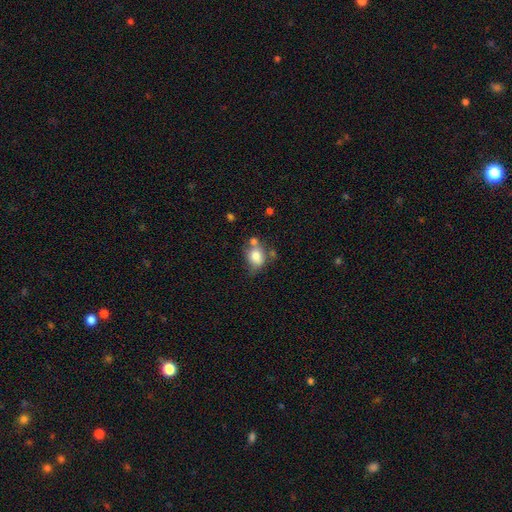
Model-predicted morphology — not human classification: The model was most divided on "how rounded": in between: 55%, round: 44%, cigar-shaped: 1%. Remaining: smooth or featured — smooth (76%); merging — none (44%).